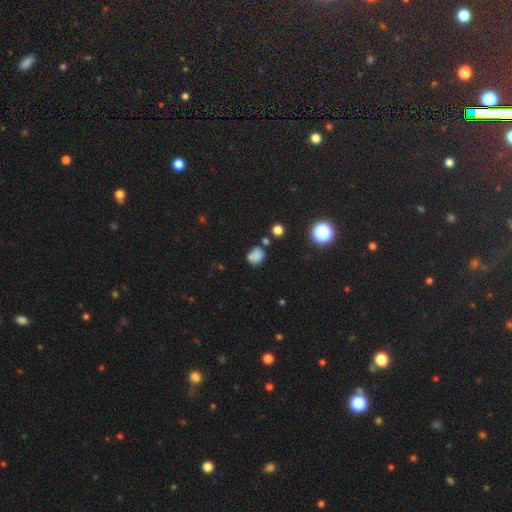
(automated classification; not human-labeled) smooth 75%, star or artifact 16%, featured or disk 9%. Down the decision tree: how rounded — round (64%); merging — none (58%).